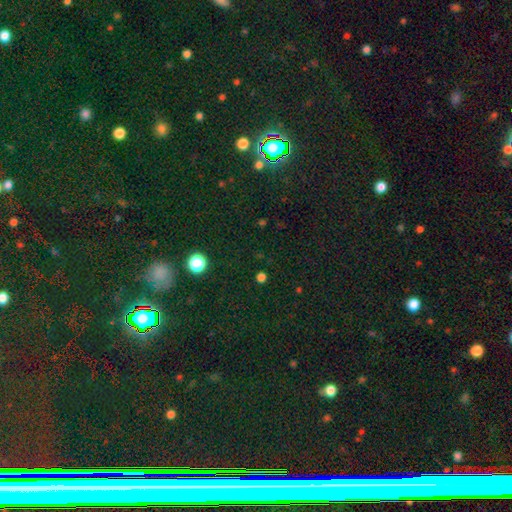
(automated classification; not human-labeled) Morphology: type=star or artifact (78%).